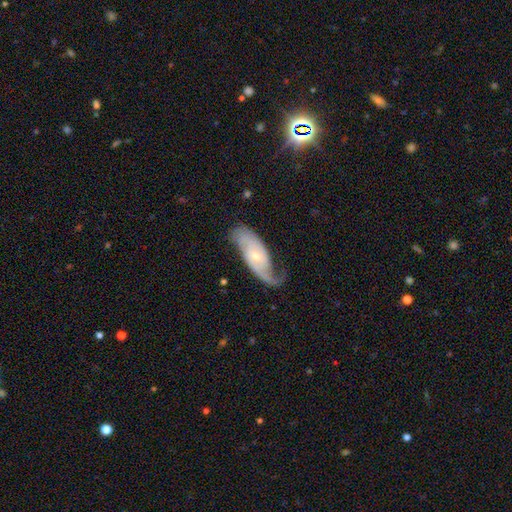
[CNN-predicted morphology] This appears to be a featured or disk galaxy (82%) with no bar (65%), 2 (77%) medium (40%) spiral arms (95%) and a small central bulge (61%). Merging: none (61%).